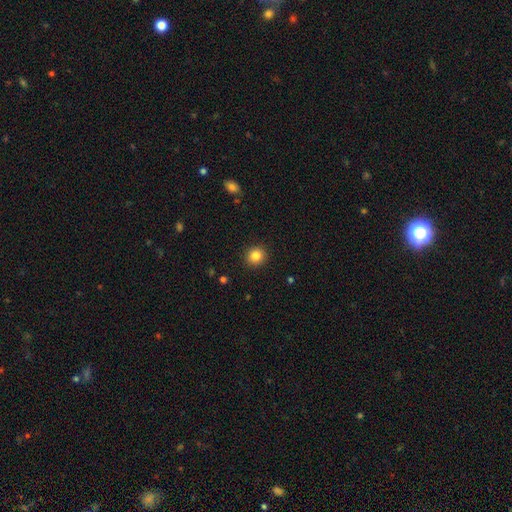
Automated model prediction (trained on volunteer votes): Overall: smooth (84%). How rounded: round (91%). Merging: none (92%).